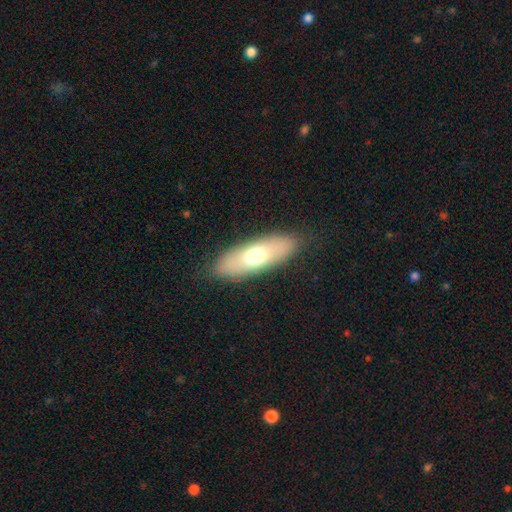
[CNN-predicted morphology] Smooth or featured? smooth (66%)
How rounded? in between (66%)
Merging? none (85%)